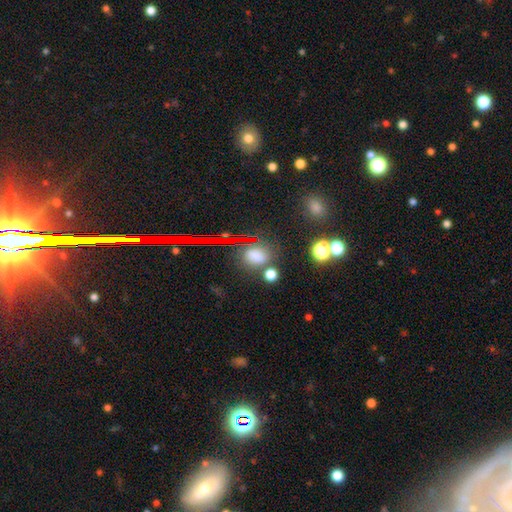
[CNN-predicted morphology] A smooth galaxy with no disk features (68%) that is in between round and cigar-shaped (52%). Merging: none (71%).